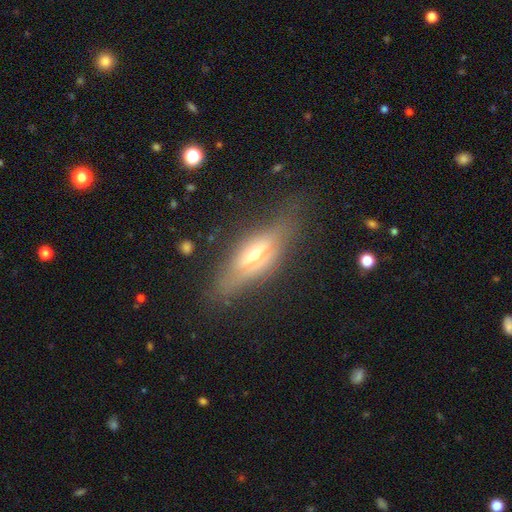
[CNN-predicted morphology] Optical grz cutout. It shows a featured or disk galaxy (66%) viewed edge-on (84%) with a rounded central bulge (88%). Merging: none (71%).